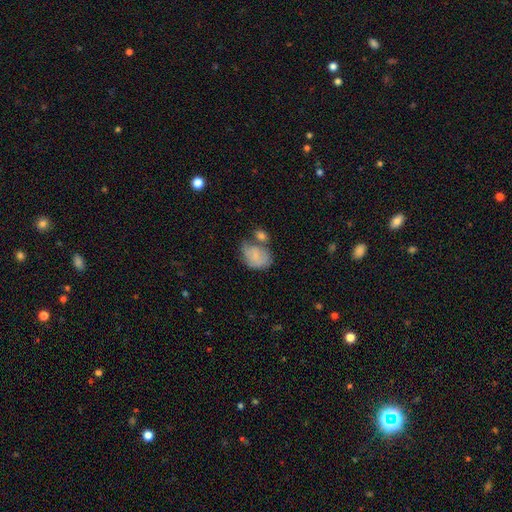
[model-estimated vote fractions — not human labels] Morphology: type=smooth (73%); roundness=in between (72%); merging=none (31%).